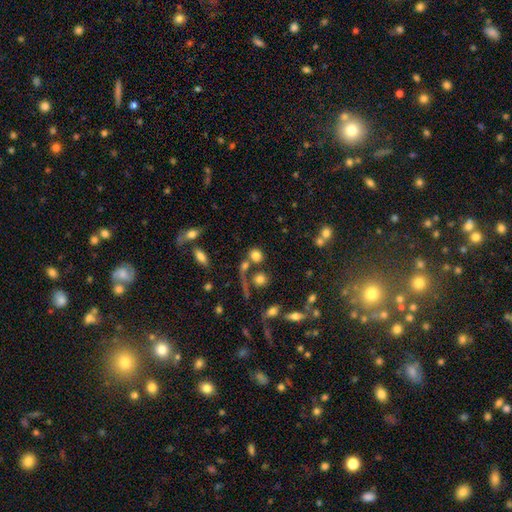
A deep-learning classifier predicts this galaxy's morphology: The model was most divided on "merging": none: 57%, merger: 27%, minor disturbance: 9%, major disturbance: 7%. More confident: how rounded — round (79%); smooth or featured — smooth (76%).